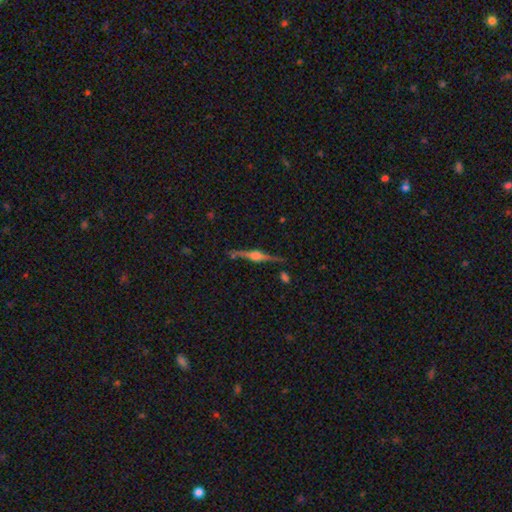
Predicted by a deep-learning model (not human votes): Q: Smooth or featured?
A: featured or disk (84%); runner-up: smooth (9%)
Q: Edge-on disk?
A: yes (98%); runner-up: no (2%)
Q: Edge-on bulge?
A: rounded (87%); runner-up: boxy (11%)
Q: Merging?
A: none (84%); runner-up: minor disturbance (11%)